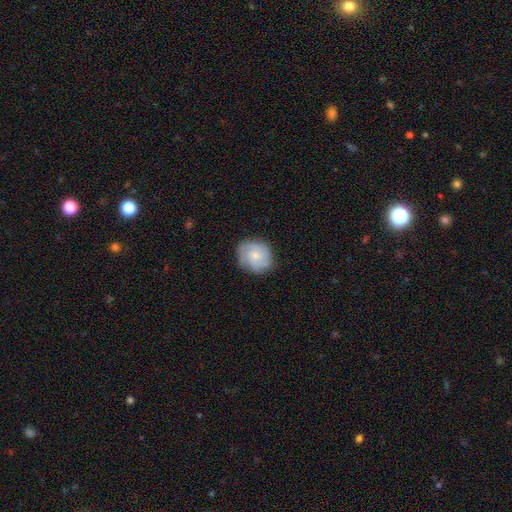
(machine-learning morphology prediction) Smooth or featured?
  - featured or disk: 60% *
  - smooth: 33%
  - star or artifact: 7%
Edge-on disk?
  - no: 98% *
  - yes: 2%
Bar?
  - no: 71% *
  - weak: 26%
  - strong: 3%
Spiral arms?
  - yes: 93% *
  - no: 7%
Spiral winding?
  - tight: 56% *
  - medium: 35%
  - loose: 9%
Spiral arm count?
  - 3: 36% *
  - can't tell: 26%
  - 2: 16%
  - 4: 12%
  - 1: 5%
  - more than 4: 5%
Bulge size?
  - small: 52% *
  - moderate: 35%
  - none: 9%
  - large: 3%
  - dominant: 1%
Merging?
  - none: 78% *
  - minor disturbance: 16%
  - major disturbance: 4%
  - merger: 1%